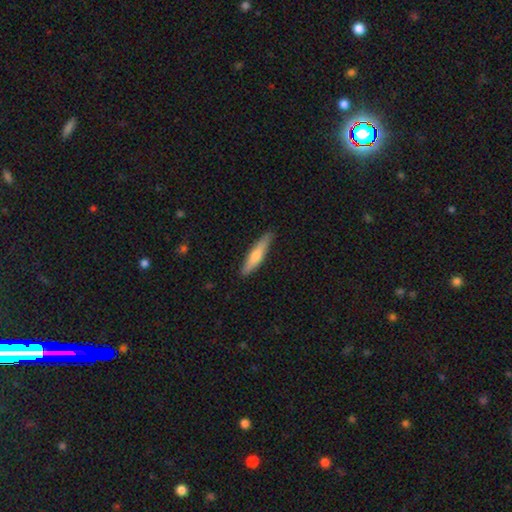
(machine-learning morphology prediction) This appears to be a smooth galaxy with no disk features (59%) that is cigar-shaped (86%). Merging: none (87%).